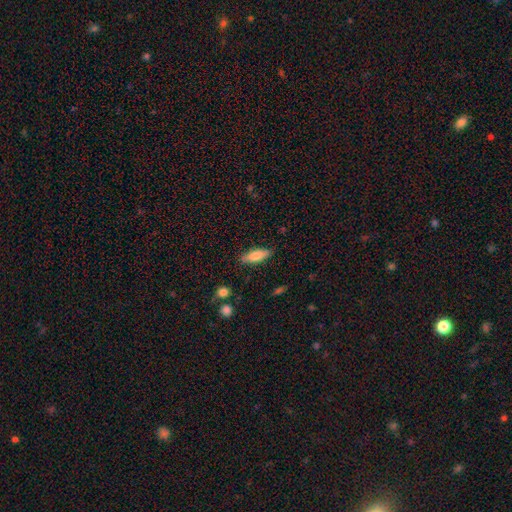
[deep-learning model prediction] smooth_or_featured: smooth (p=0.78) [alt: featured or disk p=0.15]
how_rounded: in between (p=0.56) [alt: cigar-shaped p=0.42]
merging: none (p=0.85) [alt: minor disturbance p=0.11]